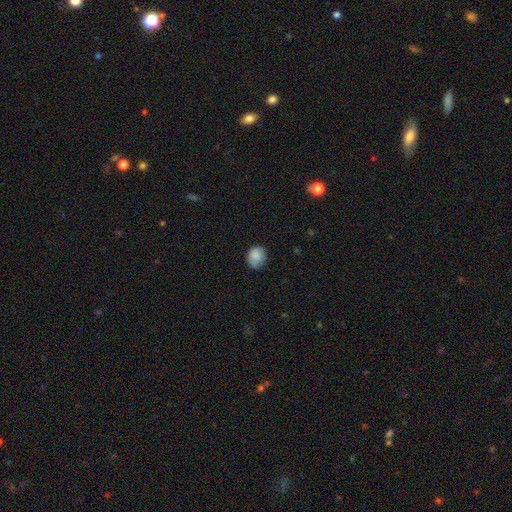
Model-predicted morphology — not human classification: This appears to be a smooth galaxy with no disk features (86%) that is round (64%). Merging: none (74%).